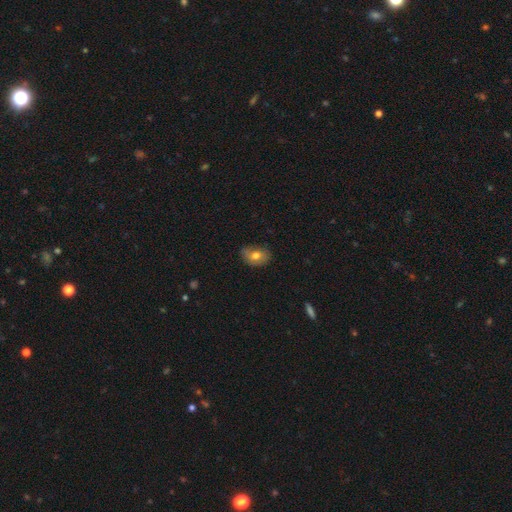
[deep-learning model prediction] Smooth or featured? Predicted: smooth (p=0.71). How rounded? Predicted: in between (p=0.77). Merging? Predicted: none (p=0.68).